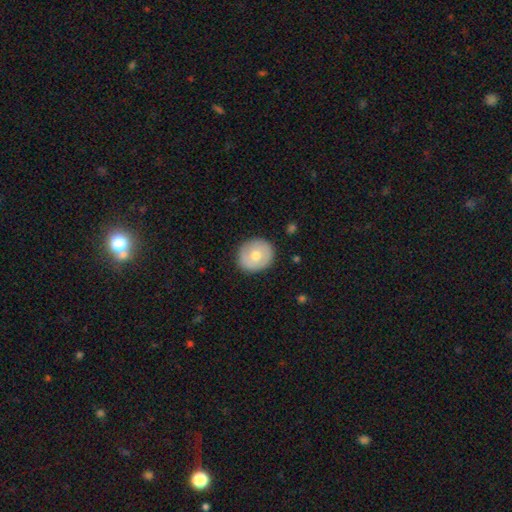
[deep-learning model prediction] smooth 66%, featured or disk 27%, star or artifact 6%. Down the decision tree: how rounded — round (80%); merging — none (87%).